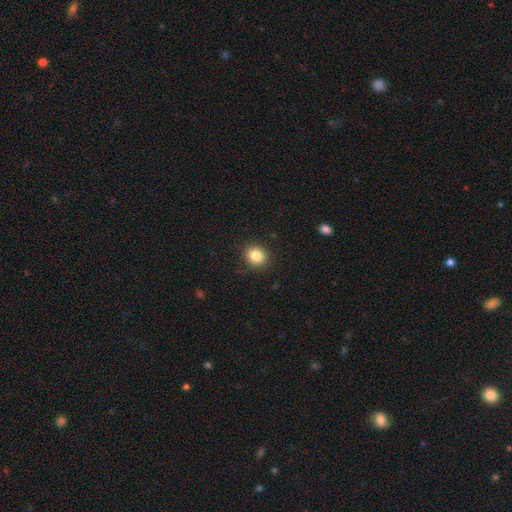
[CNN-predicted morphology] Smooth or featured? smooth (85%)
How rounded? round (78%)
Merging? none (89%)